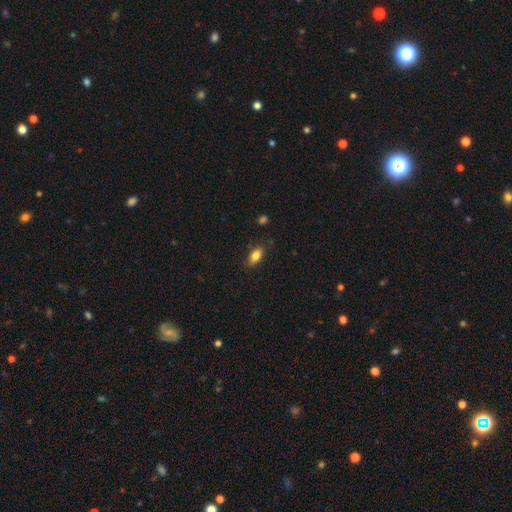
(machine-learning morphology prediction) smooth_or_featured: smooth (p=0.83) [alt: featured or disk p=0.09]
how_rounded: in between (p=0.87) [alt: cigar-shaped p=0.09]
merging: none (p=0.81) [alt: minor disturbance p=0.14]